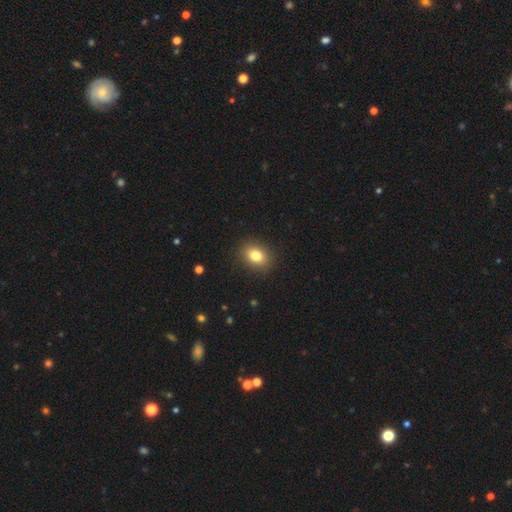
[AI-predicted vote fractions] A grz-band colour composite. It shows a smooth galaxy with no disk features (81%) that is in between round and cigar-shaped (58%). Merging: none (89%).